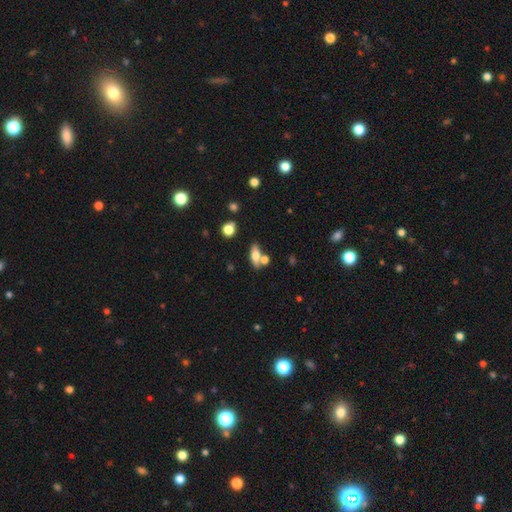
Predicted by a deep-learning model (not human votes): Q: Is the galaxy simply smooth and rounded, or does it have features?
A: smooth — 63%.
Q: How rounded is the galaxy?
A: in between — 65%.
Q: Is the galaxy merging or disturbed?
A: none — 59%.